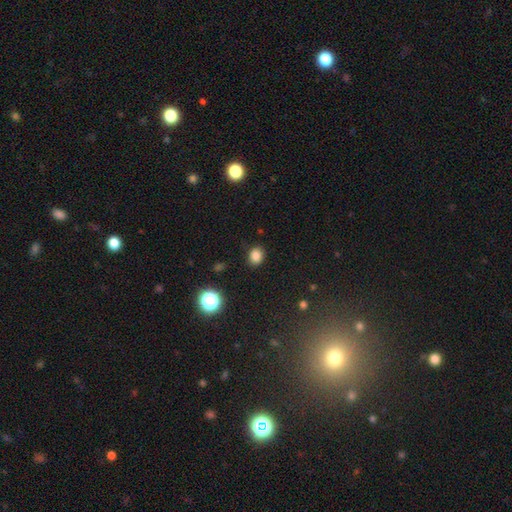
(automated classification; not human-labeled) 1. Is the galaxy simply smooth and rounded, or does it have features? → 83% smooth, 13% star or artifact, 4% featured or disk.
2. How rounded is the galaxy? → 53% round, 46% in between, 1% cigar-shaped.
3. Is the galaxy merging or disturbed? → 87% none, 10% minor disturbance, 3% major disturbance, 1% merger.